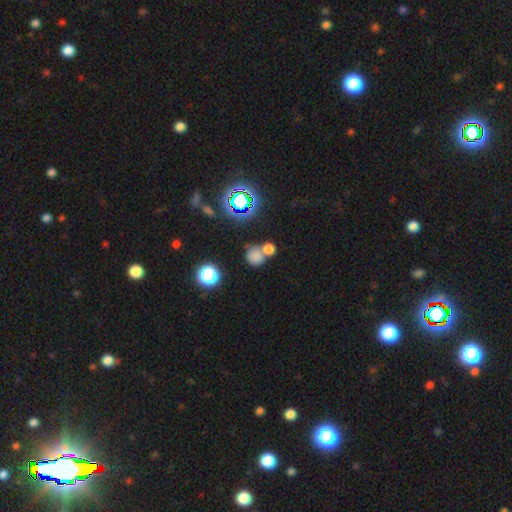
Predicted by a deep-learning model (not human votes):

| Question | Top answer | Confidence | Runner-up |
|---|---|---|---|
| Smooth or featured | smooth | 70% | star or artifact (21%) |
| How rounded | round | 84% | in between (14%) |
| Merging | none | 45% | merger (41%) |